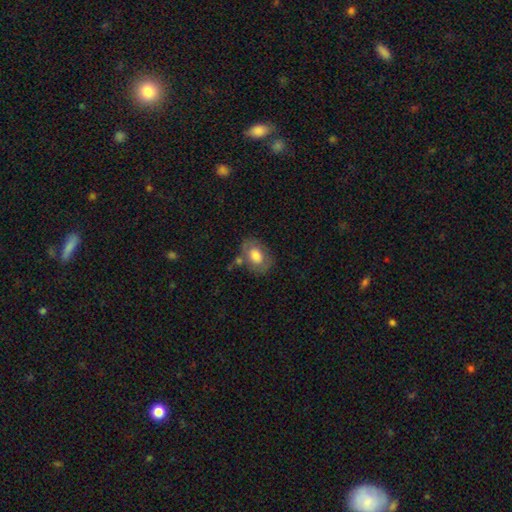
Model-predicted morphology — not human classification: smooth-or-featured: smooth: 65% | featured or disk: 28% | star or artifact: 7%
  how-rounded: in between: 77% | round: 22% | cigar-shaped: 1%
  merging: none: 62% | minor disturbance: 21% | merger: 10% | major disturbance: 7%